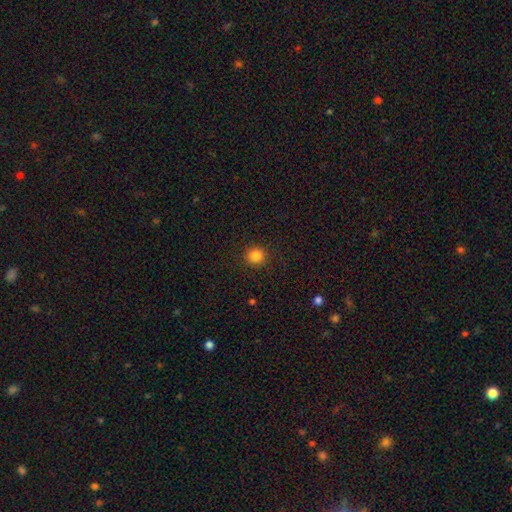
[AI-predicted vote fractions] Morphology: type=smooth (85%); roundness=round (92%); merging=none (91%).